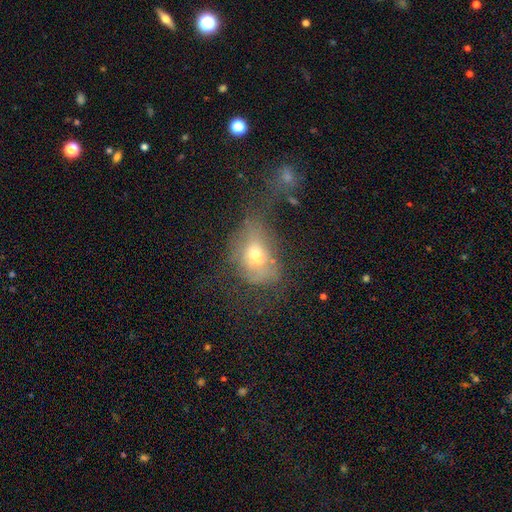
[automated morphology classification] type=smooth (56%); roundness=in between (71%); merging=major disturbance (43%).